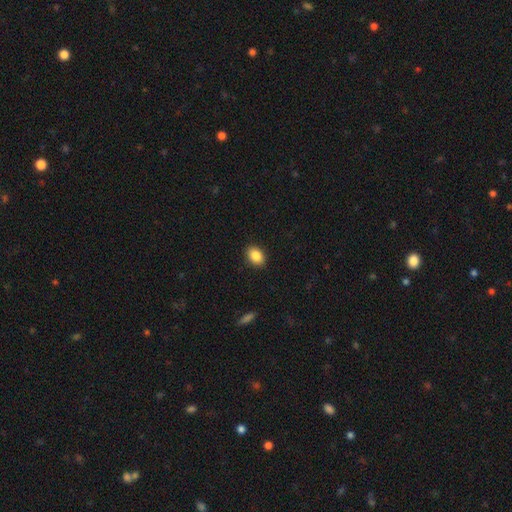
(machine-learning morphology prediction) smooth_or_featured: smooth (p=0.87) [alt: star or artifact p=0.08]
how_rounded: in between (p=0.77) [alt: round p=0.22]
merging: none (p=0.89) [alt: minor disturbance p=0.08]